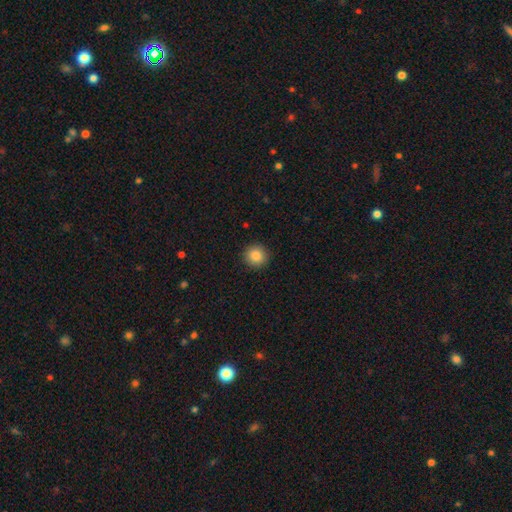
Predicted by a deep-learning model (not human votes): Smooth or featured?
  - smooth: 86% *
  - star or artifact: 9%
  - featured or disk: 5%
How rounded?
  - round: 94% *
  - in between: 5%
  - cigar-shaped: 1%
Merging?
  - none: 92% *
  - minor disturbance: 5%
  - major disturbance: 2%
  - merger: 1%